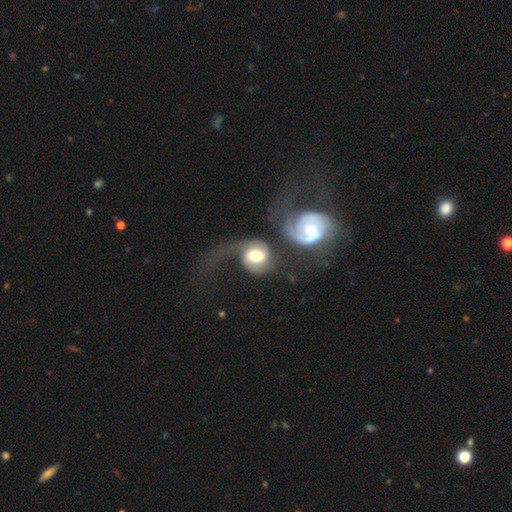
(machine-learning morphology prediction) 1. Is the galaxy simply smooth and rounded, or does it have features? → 63% featured or disk, 31% smooth, 6% star or artifact.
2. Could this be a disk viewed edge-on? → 96% no, 4% yes.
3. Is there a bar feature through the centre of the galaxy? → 44% weak, 36% no, 20% strong.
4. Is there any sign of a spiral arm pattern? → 90% yes, 10% no.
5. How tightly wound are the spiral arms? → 43% loose, 37% medium, 21% tight.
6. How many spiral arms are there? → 77% 2, 13% 1, 6% can't tell, 2% 3, 1% 4, 1% more than 4.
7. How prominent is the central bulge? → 60% moderate, 24% large, 11% small, 3% dominant, 1% none.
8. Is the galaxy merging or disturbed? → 36% merger, 28% none, 24% major disturbance, 12% minor disturbance.